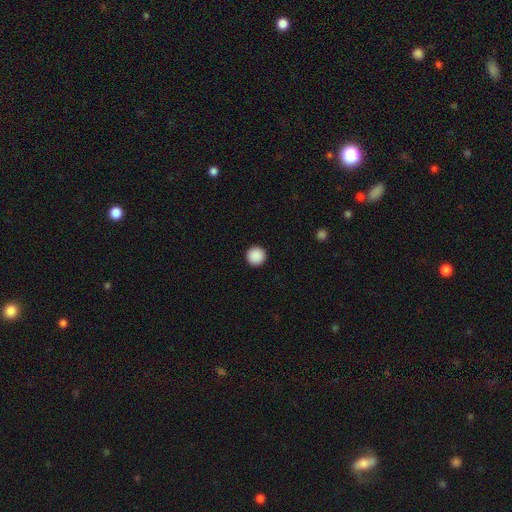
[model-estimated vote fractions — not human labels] A smooth galaxy with no disk features (89%) that is round (96%).

Vote fractions:
- Smooth or featured? smooth: 89% / star or artifact: 8% / featured or disk: 2%
- How rounded? round: 96% / in between: 3% / cigar-shaped: 1%
- Merging? none: 94% / minor disturbance: 4% / major disturbance: 1% / merger: 1%